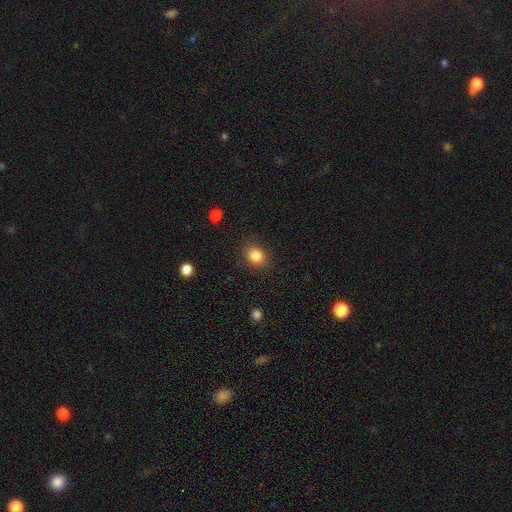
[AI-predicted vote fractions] Smooth or featured?
  - smooth: 85% *
  - star or artifact: 10%
  - featured or disk: 5%
How rounded?
  - round: 65% *
  - in between: 34%
  - cigar-shaped: 1%
Merging?
  - none: 85% *
  - minor disturbance: 10%
  - major disturbance: 3%
  - merger: 1%